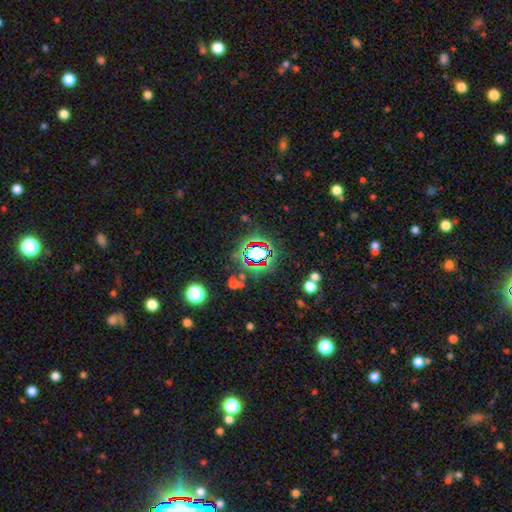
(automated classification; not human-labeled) A star or artifact, not a galaxy (62%).

Vote fractions:
- Smooth or featured? star or artifact: 62% / smooth: 25% / featured or disk: 13%